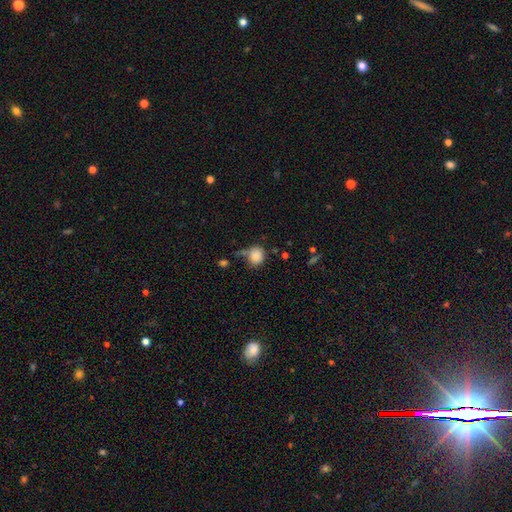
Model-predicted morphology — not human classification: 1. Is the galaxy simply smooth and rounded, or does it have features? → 85% smooth, 9% star or artifact, 6% featured or disk.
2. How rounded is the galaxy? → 74% round, 25% in between, 1% cigar-shaped.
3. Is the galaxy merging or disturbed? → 57% none, 21% minor disturbance, 13% merger, 9% major disturbance.